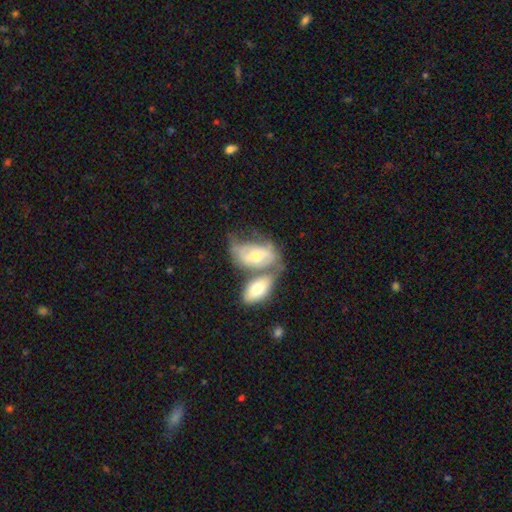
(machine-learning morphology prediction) smooth-or-featured: featured or disk: 52% | smooth: 43% | star or artifact: 6%
  disk-edge-on: no: 90% | yes: 10%
  merging: merger: 54% | none: 20% | minor disturbance: 14% | major disturbance: 11%